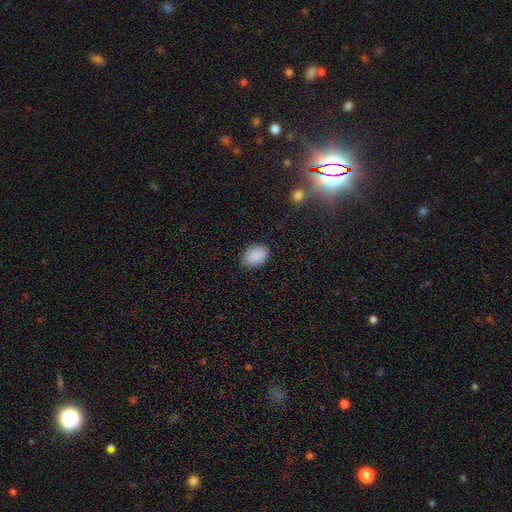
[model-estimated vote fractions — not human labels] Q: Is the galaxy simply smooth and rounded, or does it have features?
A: smooth — 89%.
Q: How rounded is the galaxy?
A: in between — 79%.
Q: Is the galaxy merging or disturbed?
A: none — 84%.